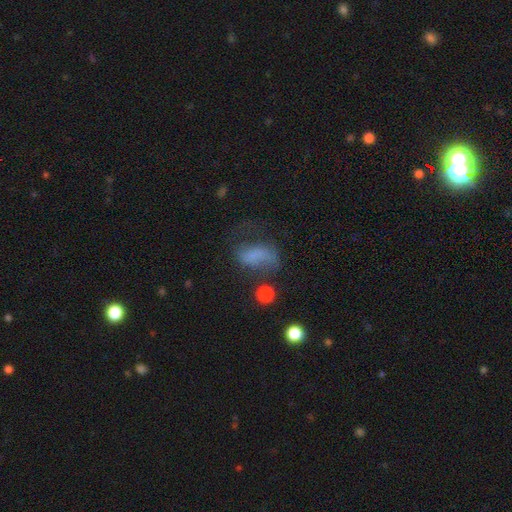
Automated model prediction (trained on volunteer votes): Smooth or featured? Predicted: smooth (p=0.55). How rounded? Predicted: in between (p=0.83). Merging? Predicted: major disturbance (p=0.36).